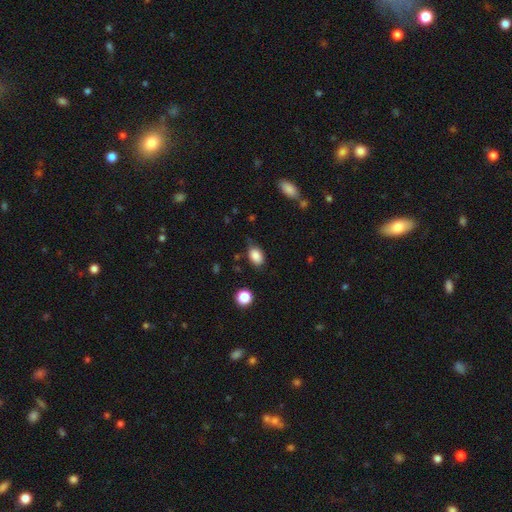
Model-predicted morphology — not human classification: smooth 86%, star or artifact 9%, featured or disk 6%. Down the decision tree: how rounded — in between (81%); merging — none (65%).